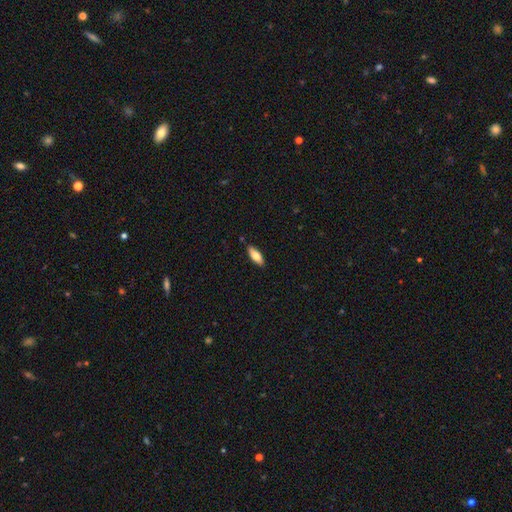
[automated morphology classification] A smooth galaxy with no disk features (76%) that is in between round and cigar-shaped (70%). Merging: none (86%).